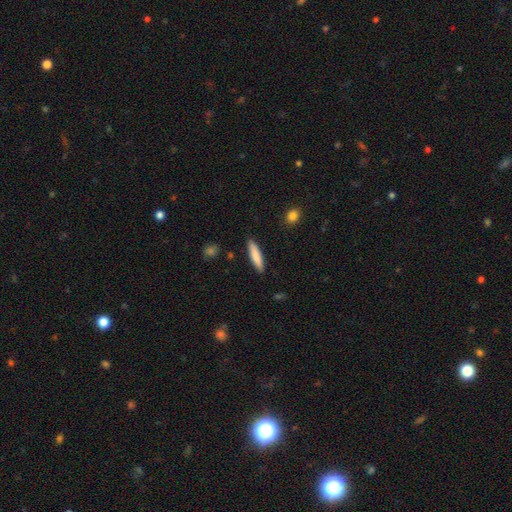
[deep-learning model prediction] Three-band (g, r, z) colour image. It shows a smooth galaxy with no disk features (82%) that is cigar-shaped (83%). Merging: none (90%).